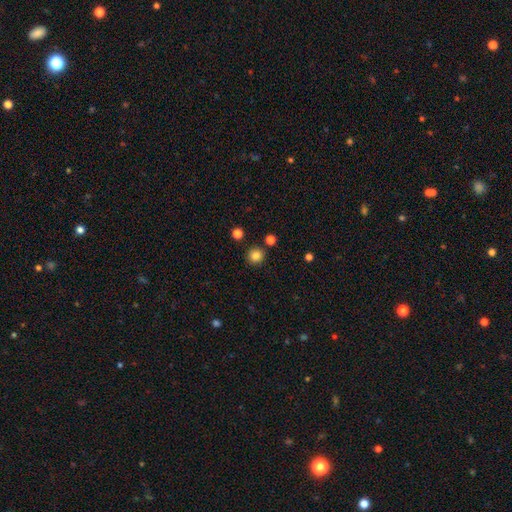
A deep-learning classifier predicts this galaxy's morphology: The model was most divided on "smooth or featured": smooth: 84%, star or artifact: 12%, featured or disk: 4%. More confident: how rounded — round (93%); merging — none (88%).